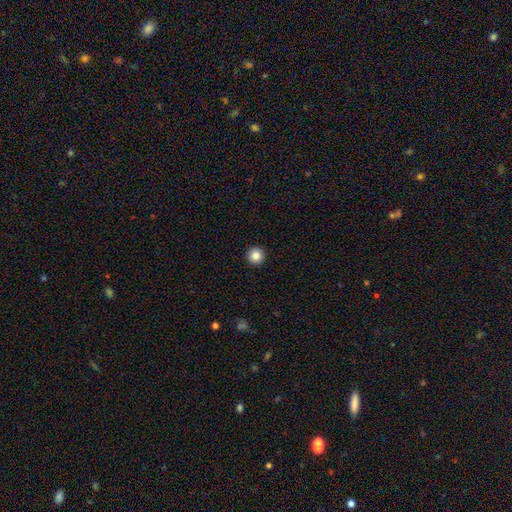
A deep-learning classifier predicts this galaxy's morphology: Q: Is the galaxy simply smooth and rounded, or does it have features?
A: smooth — 86%.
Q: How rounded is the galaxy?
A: round — 97%.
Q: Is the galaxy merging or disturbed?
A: none — 94%.